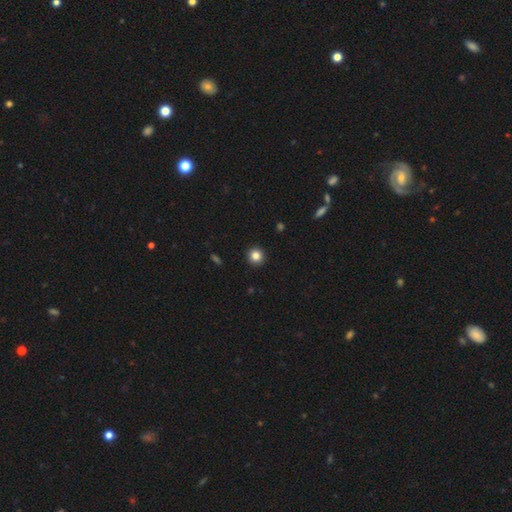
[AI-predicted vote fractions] Q: Smooth or featured?
A: smooth (84%); runner-up: star or artifact (11%)
Q: How rounded?
A: round (95%); runner-up: in between (4%)
Q: Merging?
A: none (93%); runner-up: minor disturbance (4%)